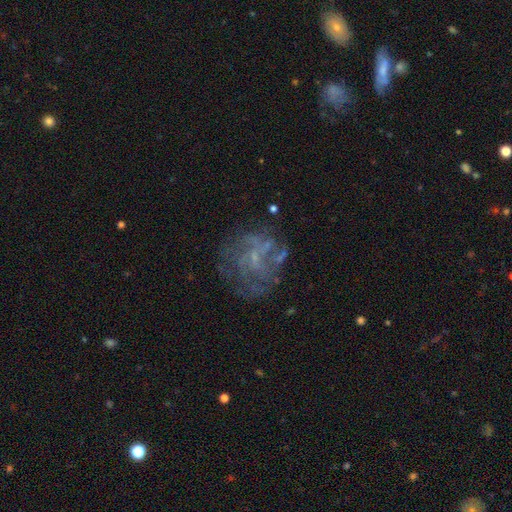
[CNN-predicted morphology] This is likely a featured or disk galaxy (62%). It is clearly not viewed edge-on (98%). Bar: likely no (72%). Spiral arm pattern: possibly yes (51%). Central bulge: possibly small (46%). Merging: likely none (65%).